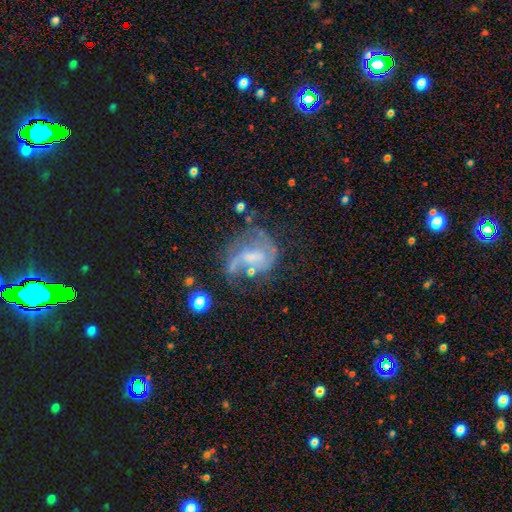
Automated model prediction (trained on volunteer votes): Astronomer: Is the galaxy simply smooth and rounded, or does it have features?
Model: featured or disk — 69%.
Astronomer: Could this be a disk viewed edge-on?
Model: no — 97%.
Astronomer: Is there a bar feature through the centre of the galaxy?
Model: weak — 44% (runner-up: no, 39%).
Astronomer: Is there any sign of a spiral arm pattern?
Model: yes — 72%.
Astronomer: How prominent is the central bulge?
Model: small — 34% (runner-up: none, 32%).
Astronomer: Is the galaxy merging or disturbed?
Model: none — 35% (runner-up: major disturbance, 33%).